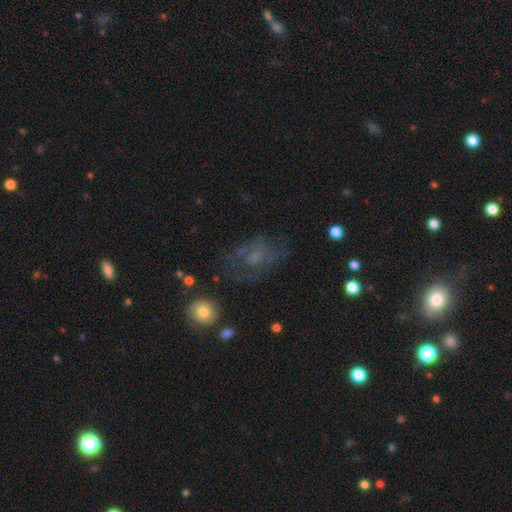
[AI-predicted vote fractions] A featured or disk galaxy (48%).

Vote fractions:
- Smooth or featured? featured or disk: 48% / smooth: 35% / star or artifact: 17%
- Merging? none: 56% / major disturbance: 21% / minor disturbance: 20% / merger: 3%